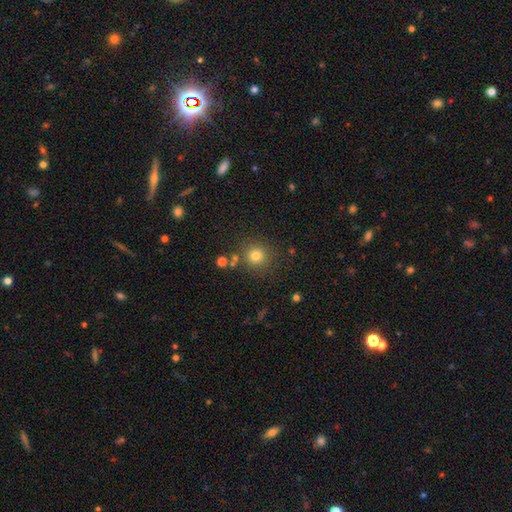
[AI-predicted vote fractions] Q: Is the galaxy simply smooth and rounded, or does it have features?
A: smooth — 79%.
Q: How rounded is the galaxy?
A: round — 93%.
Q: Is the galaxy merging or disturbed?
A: none — 83%.